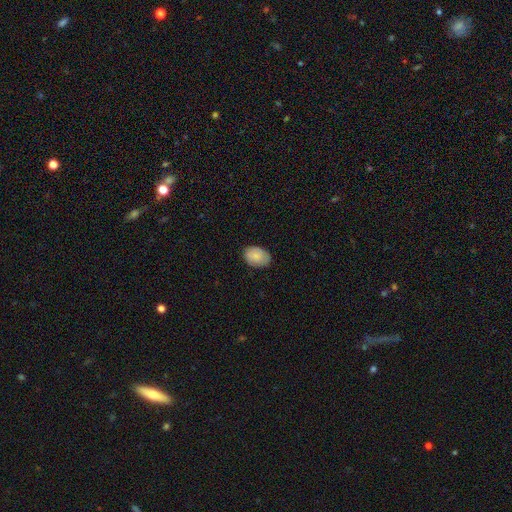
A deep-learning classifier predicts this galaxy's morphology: The model was most divided on "how rounded": in between: 82%, round: 17%, cigar-shaped: 1%. More confident: merging — none (82%); smooth or featured — smooth (81%).